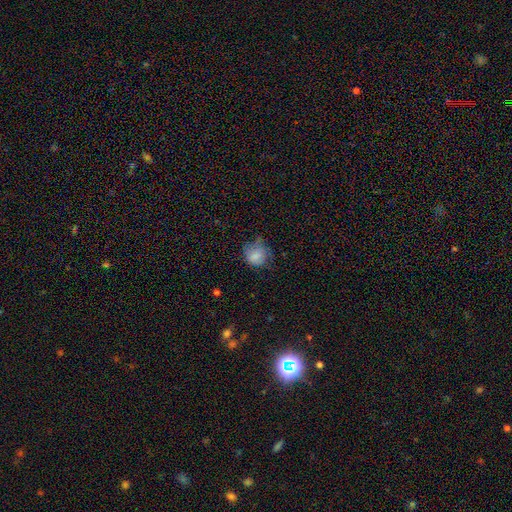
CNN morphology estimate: Q: Smooth or featured?
A: smooth (76%); runner-up: featured or disk (15%)
Q: How rounded?
A: round (69%); runner-up: in between (30%)
Q: Merging?
A: none (44%); runner-up: minor disturbance (34%)